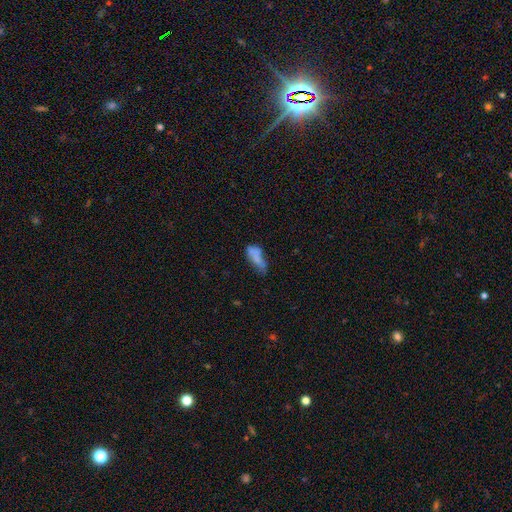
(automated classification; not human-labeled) Overall: smooth (62%; featured or disk 26%). How rounded: in between (76%). Merging: none (30%; minor disturbance 25%).